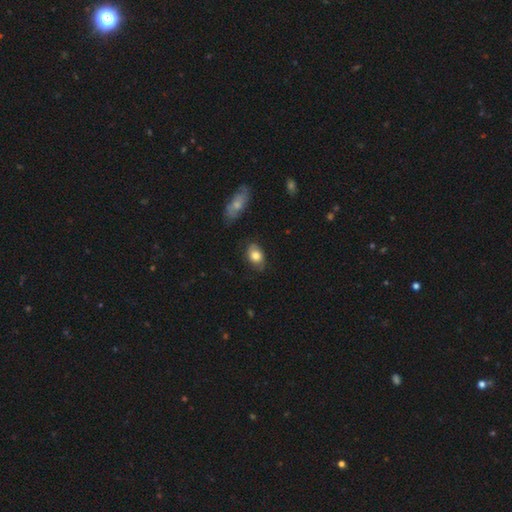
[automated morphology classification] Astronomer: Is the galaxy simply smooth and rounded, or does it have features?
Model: smooth — 73%.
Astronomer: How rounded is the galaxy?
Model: in between — 76%.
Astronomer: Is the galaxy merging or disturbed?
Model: none — 70%.